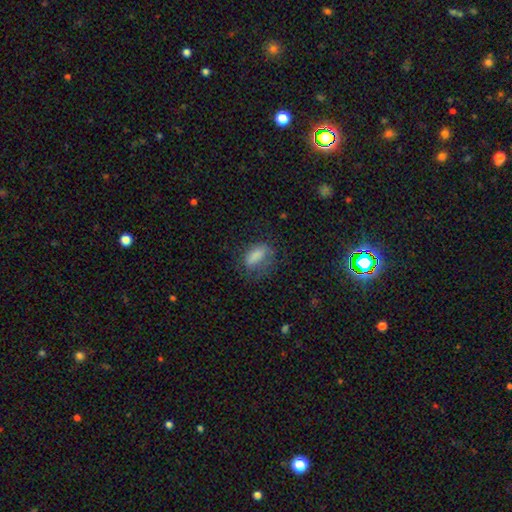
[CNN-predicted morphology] Q: Smooth or featured?
A: smooth (71%); runner-up: featured or disk (15%)
Q: How rounded?
A: in between (78%); runner-up: cigar-shaped (14%)
Q: Merging?
A: none (58%); runner-up: minor disturbance (24%)